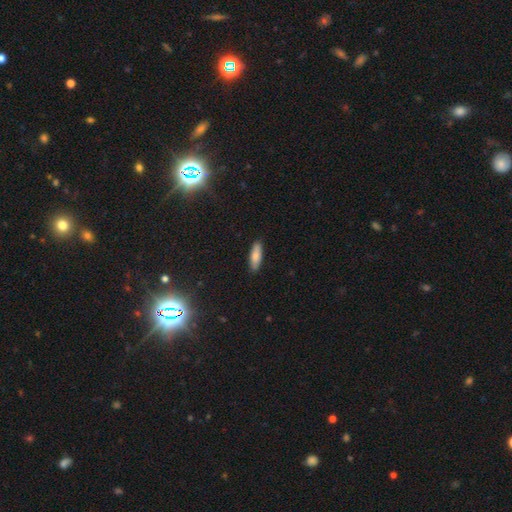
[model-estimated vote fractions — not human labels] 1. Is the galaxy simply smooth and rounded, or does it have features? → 79% smooth, 15% featured or disk, 7% star or artifact.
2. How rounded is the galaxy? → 56% in between, 42% cigar-shaped, 2% round.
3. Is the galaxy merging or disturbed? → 87% none, 10% minor disturbance, 2% major disturbance, 1% merger.